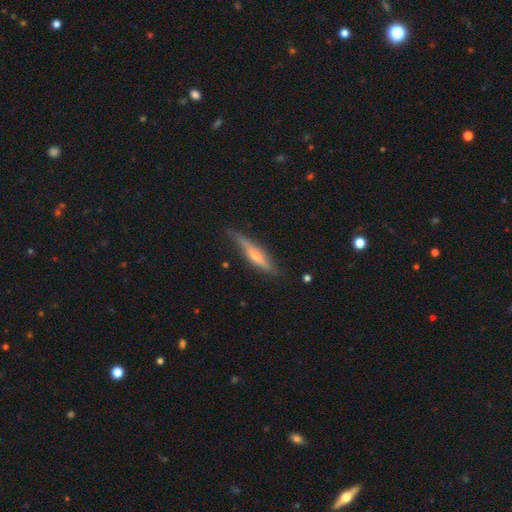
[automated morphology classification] type=featured or disk (64%); edge-on=yes (92%); edge-on bulge=rounded (81%); merging=none (69%).